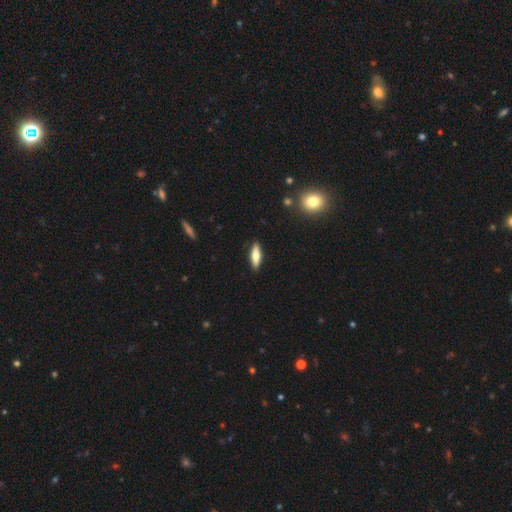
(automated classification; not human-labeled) A smooth galaxy with no disk features (64%) that is cigar-shaped (56%). Merging: none (89%).